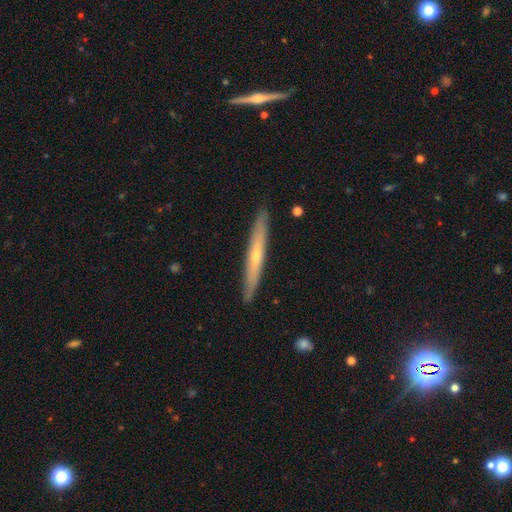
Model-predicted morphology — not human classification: Smooth or featured? Predicted: featured or disk (p=0.59). Edge-on disk? Predicted: yes (p=0.93). Edge-on bulge? Predicted: rounded (p=0.64). Merging? Predicted: none (p=0.90).